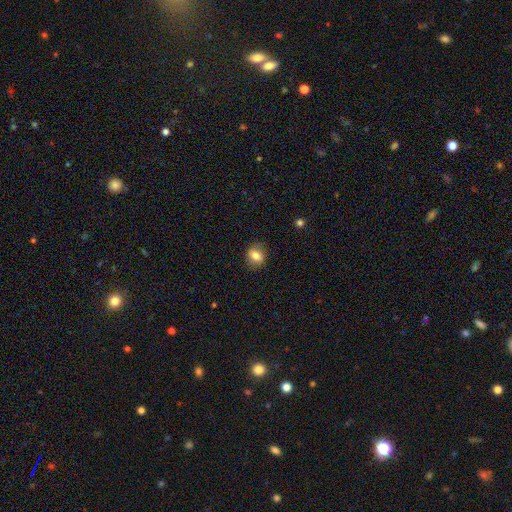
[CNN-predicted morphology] smooth-or-featured: smooth: 76% | featured or disk: 15% | star or artifact: 9%
  how-rounded: in between: 49% (tied) | round: 49% (tied) | cigar-shaped: 2%
  merging: none: 83% | minor disturbance: 12% | major disturbance: 4% | merger: 1%